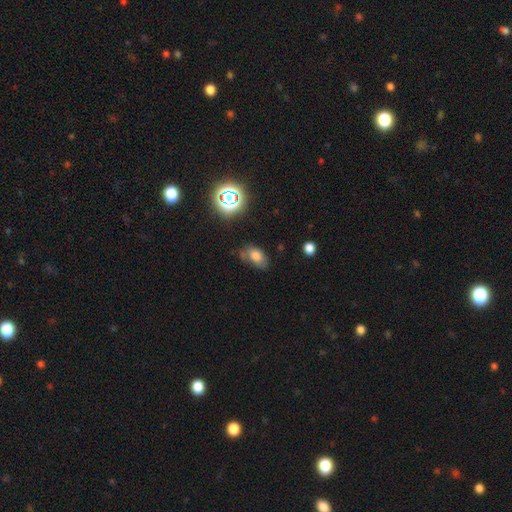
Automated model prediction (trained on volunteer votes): The model was most divided on "merging": none: 52%, minor disturbance: 31%, major disturbance: 12%, merger: 5%. More confident: how rounded — in between (87%); smooth or featured — smooth (68%).